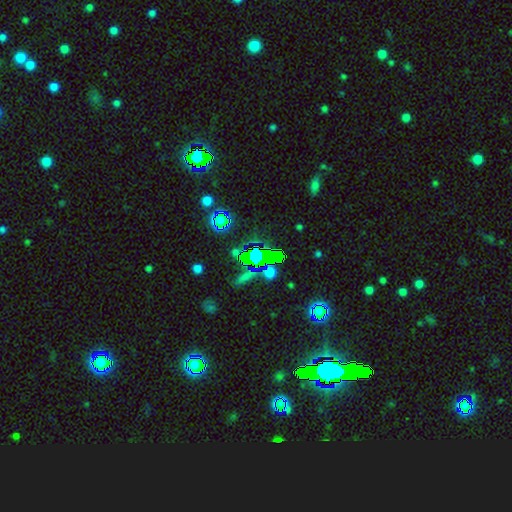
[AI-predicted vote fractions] Smooth or featured? Predicted: star or artifact (p=0.63).